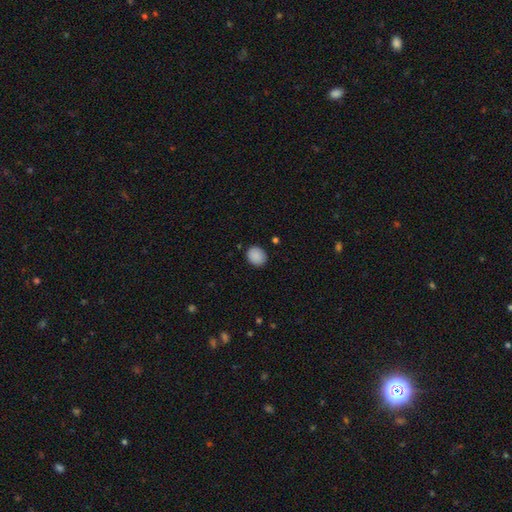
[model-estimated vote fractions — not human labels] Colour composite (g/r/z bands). It shows a smooth galaxy with no disk features (89%) that is round (68%). Merging: none (87%).